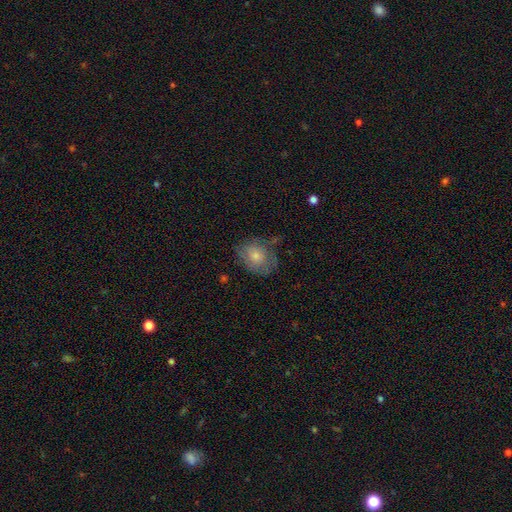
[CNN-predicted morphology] Smooth or featured? Predicted: smooth (p=0.57). How rounded? Predicted: round (p=0.55). Merging? Predicted: none (p=0.63).